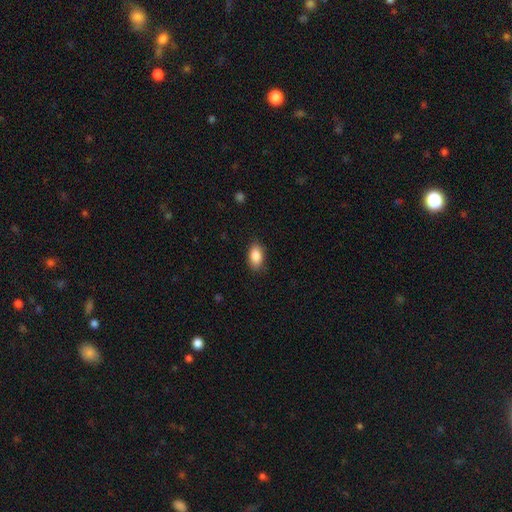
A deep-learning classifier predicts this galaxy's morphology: type=smooth (88%); roundness=in between (91%); merging=none (85%).